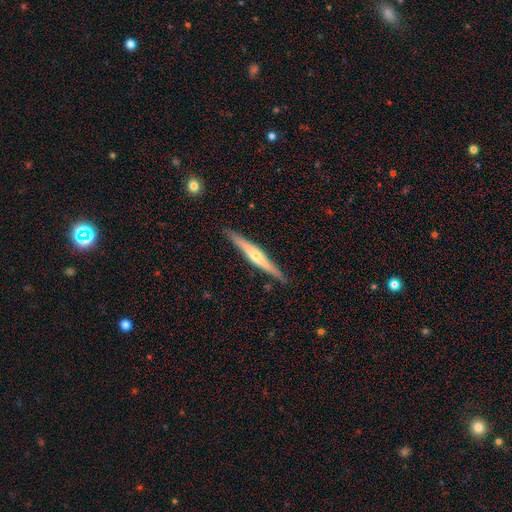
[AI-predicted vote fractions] Morphology: type=featured or disk (70%); edge-on=yes (97%); edge-on bulge=rounded (81%); merging=none (89%).